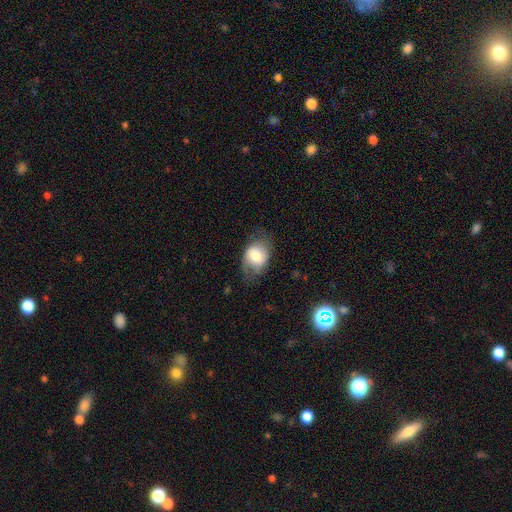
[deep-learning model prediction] A smooth galaxy with no disk features (62%) that is in between round and cigar-shaped (70%).

Vote fractions:
- Smooth or featured? smooth: 62% / featured or disk: 30% / star or artifact: 8%
- How rounded? in between: 70% / round: 29% / cigar-shaped: 1%
- Merging? none: 59% / minor disturbance: 26% / major disturbance: 13% / merger: 1%